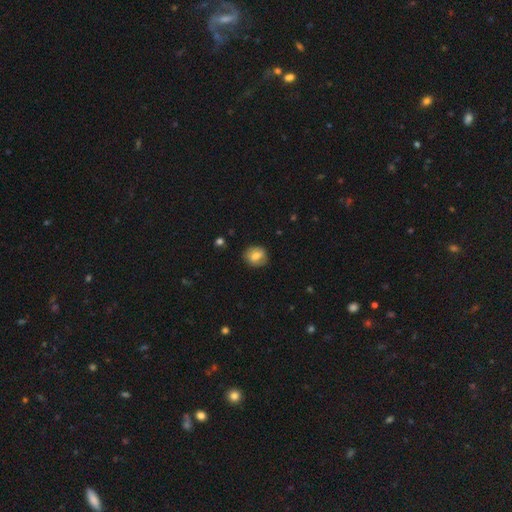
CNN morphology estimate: Smooth or featured? Predicted: smooth (p=0.68). How rounded? Predicted: round (p=0.69). Merging? Predicted: none (p=0.80).